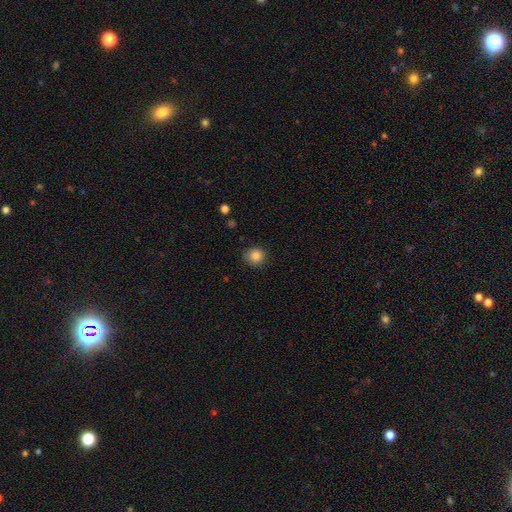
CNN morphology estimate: A smooth galaxy with no disk features (85%) that is round (90%).

Vote fractions:
- Smooth or featured? smooth: 85% / star or artifact: 10% / featured or disk: 4%
- How rounded? round: 90% / in between: 9% / cigar-shaped: 1%
- Merging? none: 88% / minor disturbance: 8% / major disturbance: 2% / merger: 1%